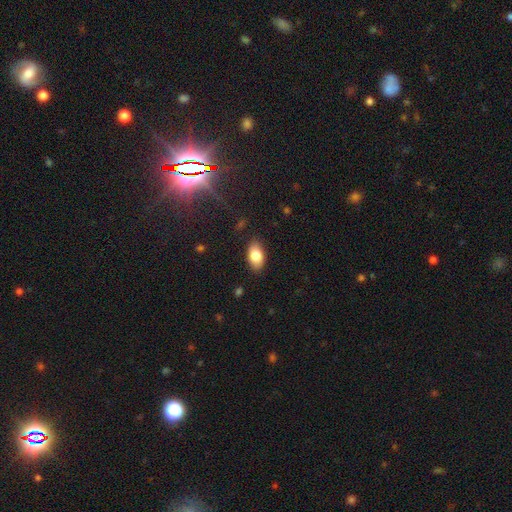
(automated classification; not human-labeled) This is clearly a smooth galaxy (83%). How rounded: clearly in between (93%). Merging: clearly none (86%).